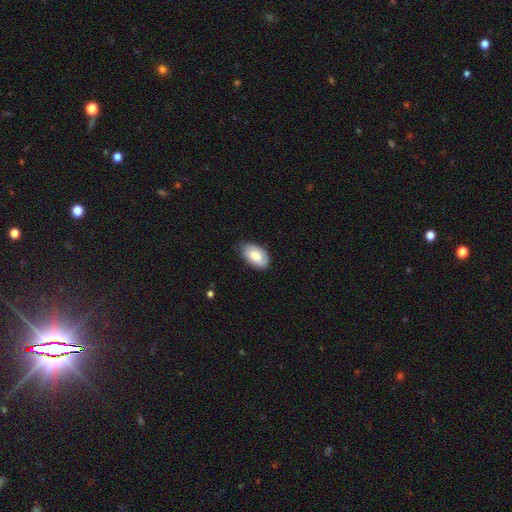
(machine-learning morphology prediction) Q: Smooth or featured?
A: smooth (73%); runner-up: featured or disk (21%)
Q: How rounded?
A: in between (94%); runner-up: round (4%)
Q: Merging?
A: none (71%); runner-up: minor disturbance (24%)